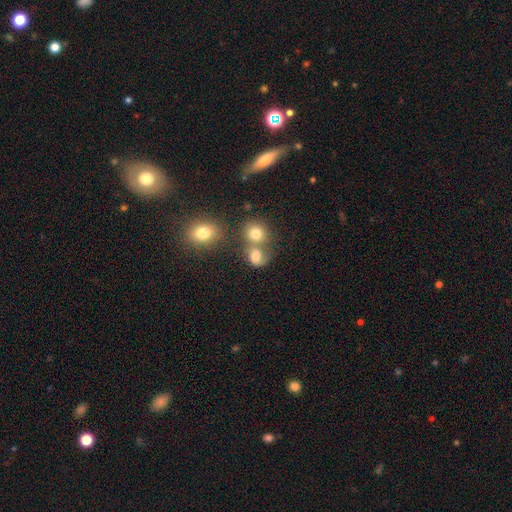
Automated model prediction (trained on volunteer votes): smooth 71%, star or artifact 15%, featured or disk 14%. Down the decision tree: how rounded — round (64%); merging — merger (43%).